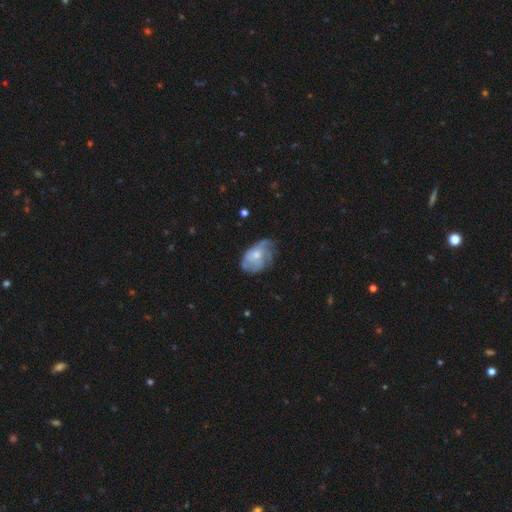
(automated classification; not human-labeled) This appears to be a featured or disk galaxy (63%) with no bar (78%), spiral arms (75%) and a moderate central bulge (53%). Merging: none (51%).